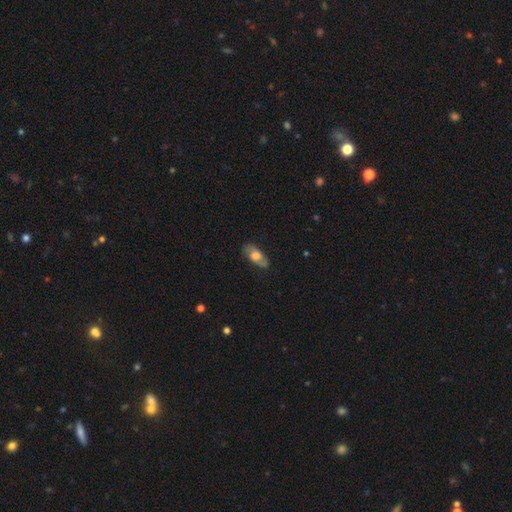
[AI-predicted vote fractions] Smooth or featured?
  - smooth: 50% *
  - featured or disk: 44%
  - star or artifact: 7%
Merging?
  - none: 80% *
  - minor disturbance: 15%
  - major disturbance: 4%
  - merger: 1%